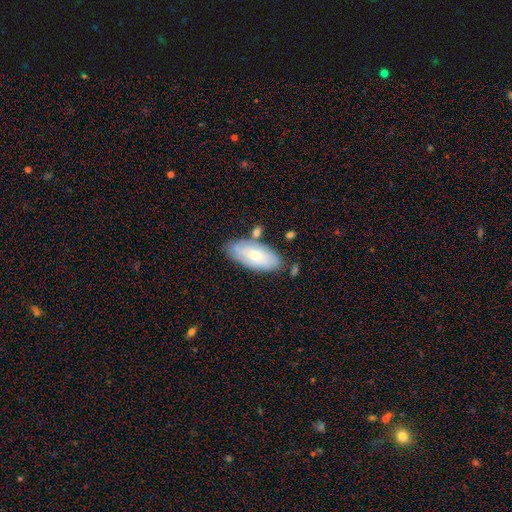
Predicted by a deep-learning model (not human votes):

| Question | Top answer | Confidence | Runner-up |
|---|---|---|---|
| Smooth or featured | smooth | 61% | featured or disk (33%) |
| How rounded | in between | 90% | cigar-shaped (8%) |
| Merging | none | 72% | minor disturbance (17%) |